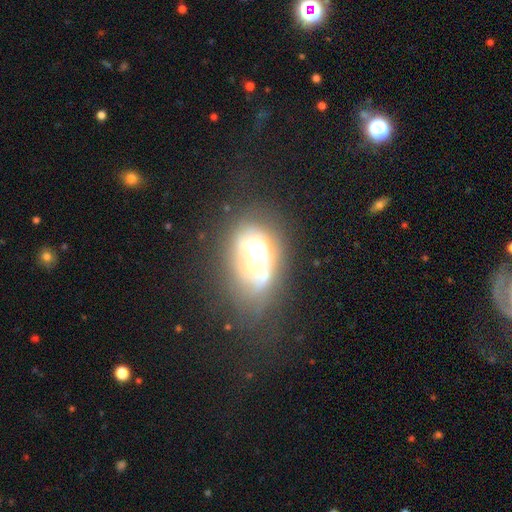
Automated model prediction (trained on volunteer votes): smooth-or-featured: featured or disk: 55% | smooth: 33% | star or artifact: 12%
  disk-edge-on: no: 95% | yes: 5%
    bar: no: 88% | weak: 9% | strong: 3%
    has-spiral-arms: no: 77% | yes: 23%
    bulge-size: moderate: 57% | large: 20% | small: 12% | none: 6% | dominant: 5%
  merging: merger: 53% | none: 20% | major disturbance: 16% | minor disturbance: 11%